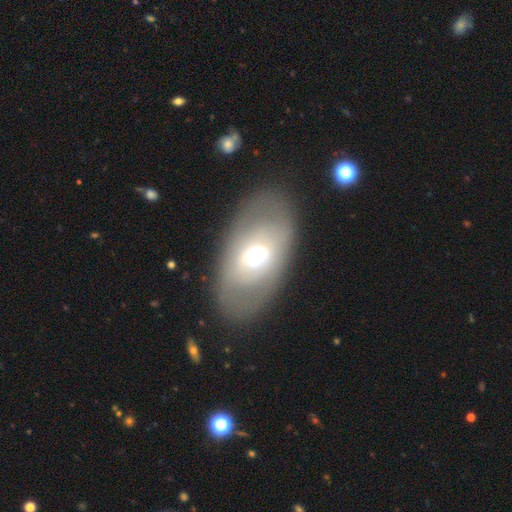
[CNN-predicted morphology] Q: Smooth or featured?
A: featured or disk (47%); runner-up: smooth (44%)
Q: Merging?
A: none (79%); runner-up: minor disturbance (12%)